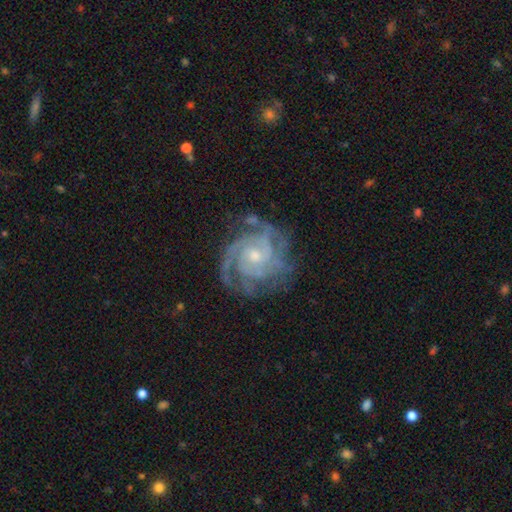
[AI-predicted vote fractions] A featured or disk galaxy (90%) with no bar (70%), 3 (35%) tight (68%) spiral arms (98%) and a small central bulge (51%). Merging: none (69%).